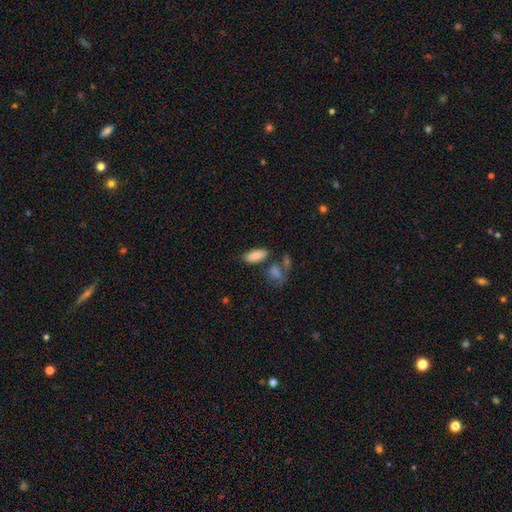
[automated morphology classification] Smooth or featured? smooth (84%)
How rounded? in between (85%)
Merging? none (66%)